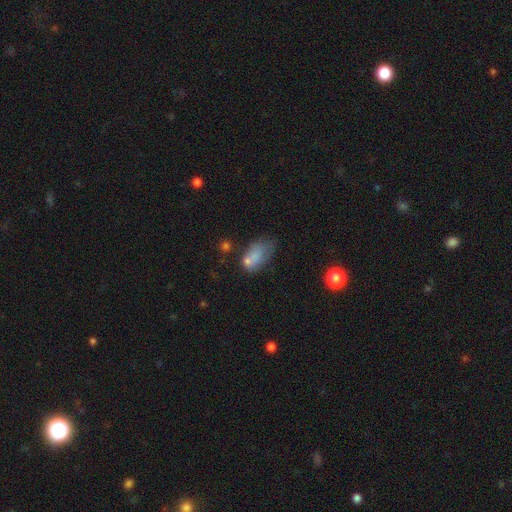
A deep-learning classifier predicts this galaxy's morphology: A smooth galaxy with no disk features (68%) that is in between round and cigar-shaped (88%). Merging: none (27%).